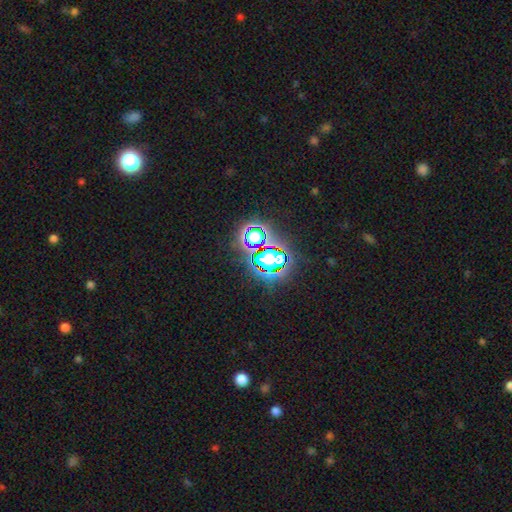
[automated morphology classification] smooth_or_featured: star or artifact (p=0.78) [alt: smooth p=0.14]